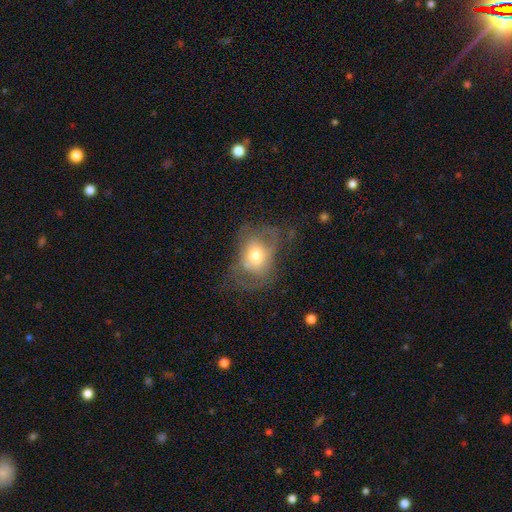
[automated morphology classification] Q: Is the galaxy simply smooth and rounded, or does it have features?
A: smooth — 56%.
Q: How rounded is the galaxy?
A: in between — 63%.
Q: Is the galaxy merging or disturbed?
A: none — 39%.